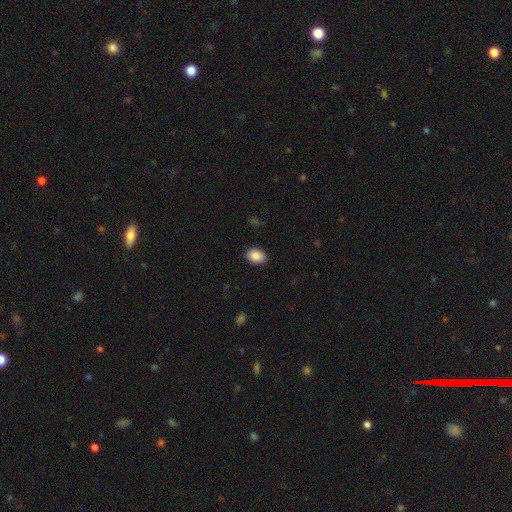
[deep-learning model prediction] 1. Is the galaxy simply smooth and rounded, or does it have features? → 89% smooth, 8% star or artifact, 3% featured or disk.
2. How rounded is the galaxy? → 75% in between, 24% round, 1% cigar-shaped.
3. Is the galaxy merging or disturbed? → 89% none, 8% minor disturbance, 2% major disturbance, 1% merger.